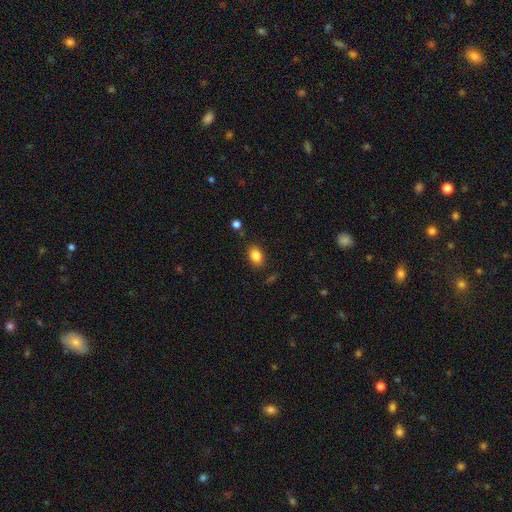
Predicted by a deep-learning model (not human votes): Smooth or featured?
  - smooth: 85% *
  - star or artifact: 9%
  - featured or disk: 6%
How rounded?
  - in between: 78% *
  - round: 21%
  - cigar-shaped: 1%
Merging?
  - none: 83% *
  - minor disturbance: 12%
  - major disturbance: 3%
  - merger: 2%